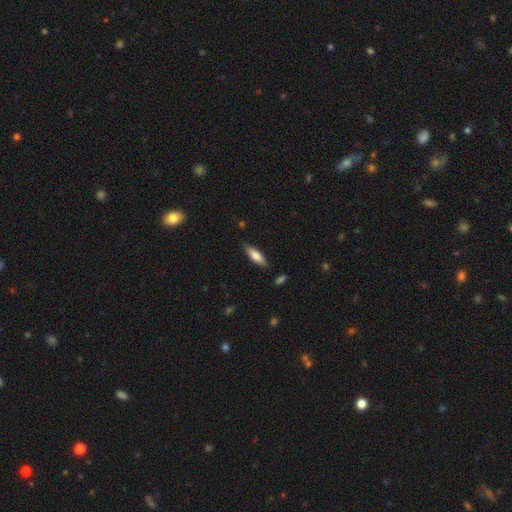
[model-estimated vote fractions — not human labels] smooth 72%, featured or disk 22%, star or artifact 6%. Down the decision tree: how rounded — cigar-shaped (50%); merging — none (83%).